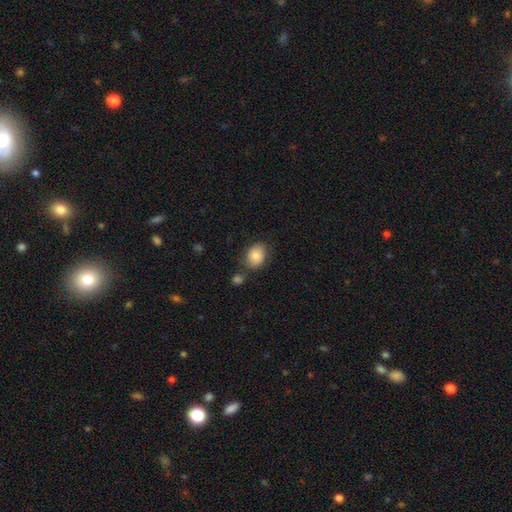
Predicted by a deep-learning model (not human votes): Smooth or featured? Predicted: smooth (p=0.83). How rounded? Predicted: in between (p=0.63). Merging? Predicted: none (p=0.72).